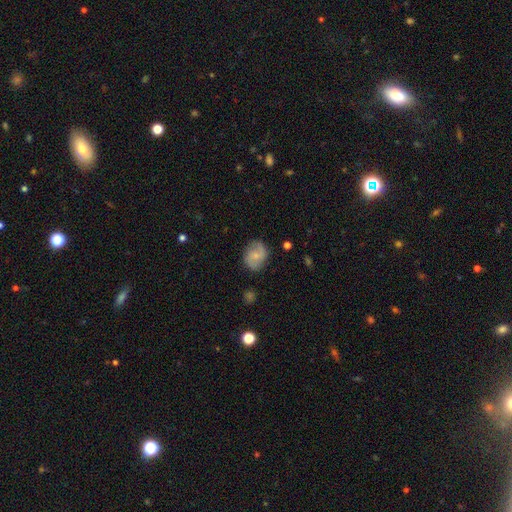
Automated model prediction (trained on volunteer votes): smooth-or-featured: featured or disk: 51% | smooth: 42% | star or artifact: 7%
  disk-edge-on: no: 97% | yes: 3%
  merging: none: 78% | minor disturbance: 16% | major disturbance: 4% | merger: 1%